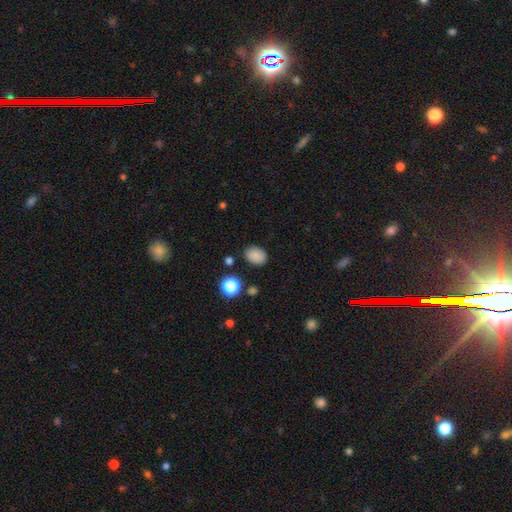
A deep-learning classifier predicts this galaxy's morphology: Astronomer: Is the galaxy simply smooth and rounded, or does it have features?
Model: smooth — 85%.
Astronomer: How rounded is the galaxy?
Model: in between — 64%.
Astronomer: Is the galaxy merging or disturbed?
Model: none — 84%.